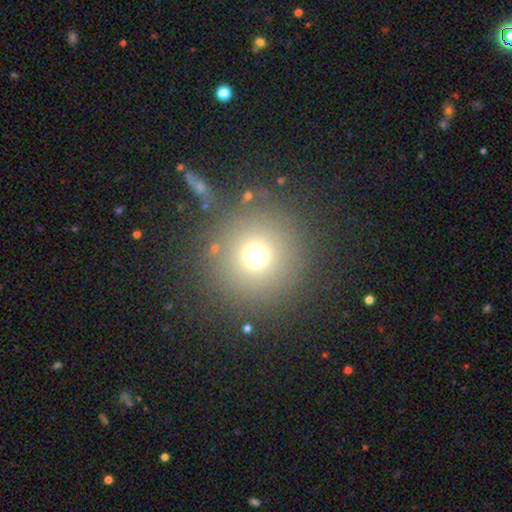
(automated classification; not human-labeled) smooth_or_featured: smooth (p=0.70) [alt: star or artifact p=0.20]
how_rounded: round (p=0.96) [alt: in between p=0.03]
merging: none (p=0.84) [alt: minor disturbance p=0.07]